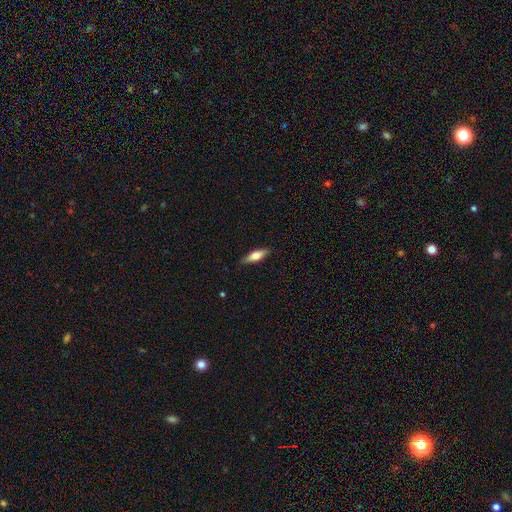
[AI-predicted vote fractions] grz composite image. It shows a smooth galaxy with no disk features (64%) that is in between round and cigar-shaped (49%). Merging: none (86%).